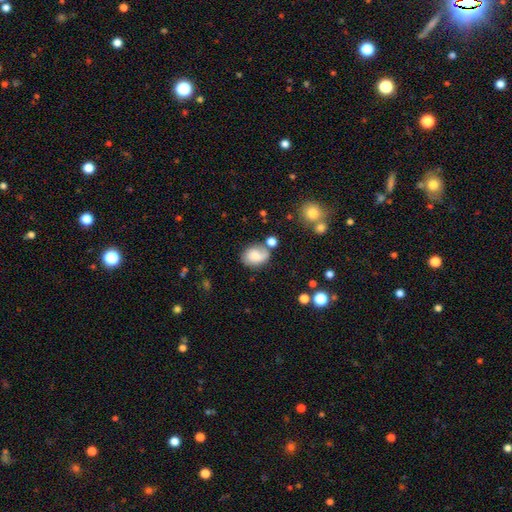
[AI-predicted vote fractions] This appears to be a smooth galaxy with no disk features (66%) that is in between round and cigar-shaped (70%). Merging: none (52%).